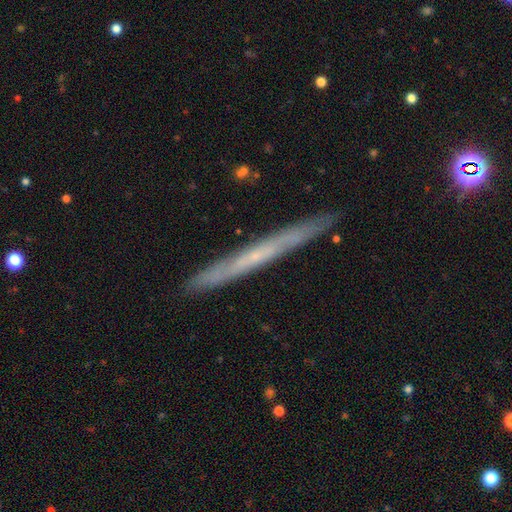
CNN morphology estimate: Overall: featured or disk (60%; smooth 33%). Edge-on disk: yes (94%). Edge-on bulge: none (82%). Merging: none (89%).